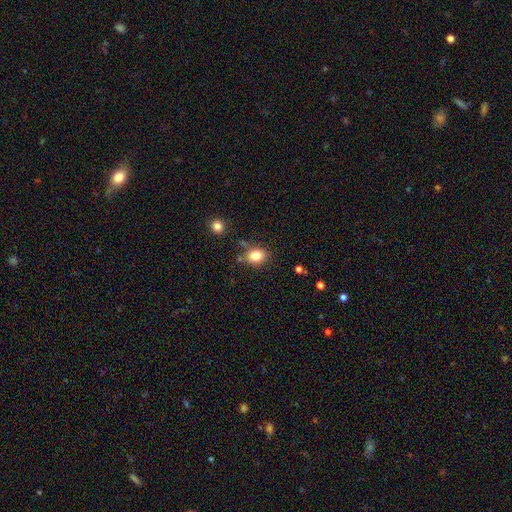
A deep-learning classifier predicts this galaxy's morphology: smooth-or-featured: smooth: 82% | star or artifact: 10% | featured or disk: 7%
  how-rounded: in between: 51% | round: 48% | cigar-shaped: 1%
  merging: none: 76% | minor disturbance: 14% | merger: 7% | major disturbance: 4%